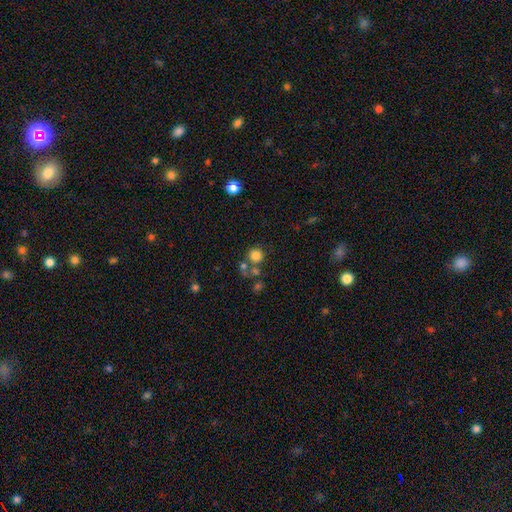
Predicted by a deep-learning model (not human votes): smooth 78%, star or artifact 13%, featured or disk 9%. Down the decision tree: how rounded — round (91%); merging — none (66%).